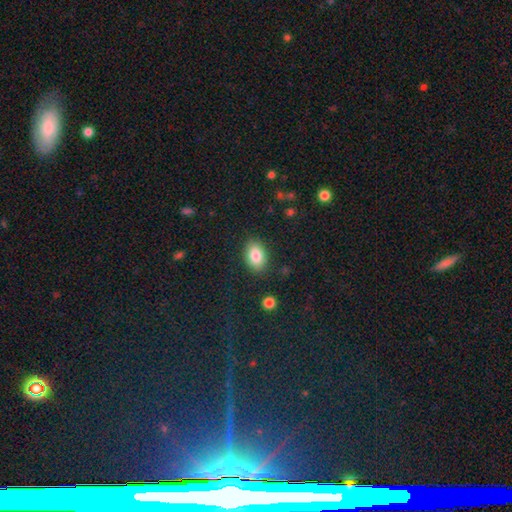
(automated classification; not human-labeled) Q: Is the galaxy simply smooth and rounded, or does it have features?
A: smooth — 83%.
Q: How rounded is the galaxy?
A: in between — 86%.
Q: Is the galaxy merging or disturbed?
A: none — 86%.